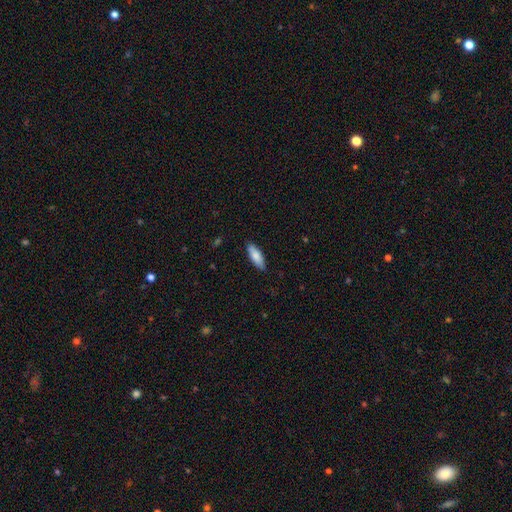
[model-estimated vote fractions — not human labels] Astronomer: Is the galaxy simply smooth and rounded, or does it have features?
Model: smooth — 83%.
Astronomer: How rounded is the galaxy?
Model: in between — 63%.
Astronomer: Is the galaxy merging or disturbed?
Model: none — 86%.